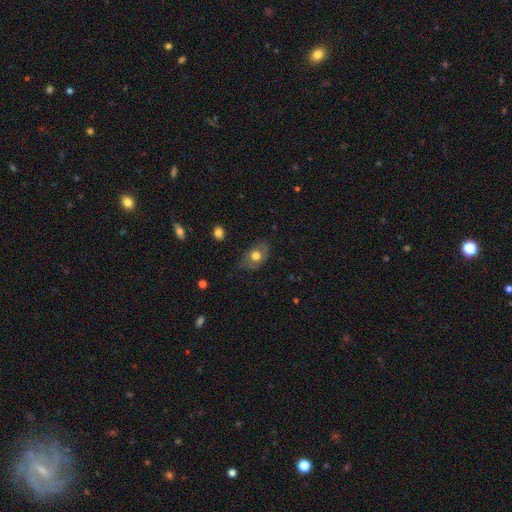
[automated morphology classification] This appears to be a smooth galaxy with no disk features (66%) that is in between round and cigar-shaped (73%). Merging: none (62%).